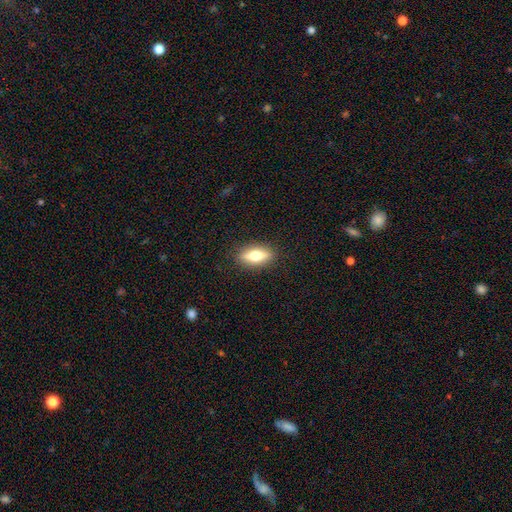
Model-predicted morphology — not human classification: This appears to be a smooth galaxy with no disk features (53%) that is in between round and cigar-shaped (68%). Merging: none (88%).